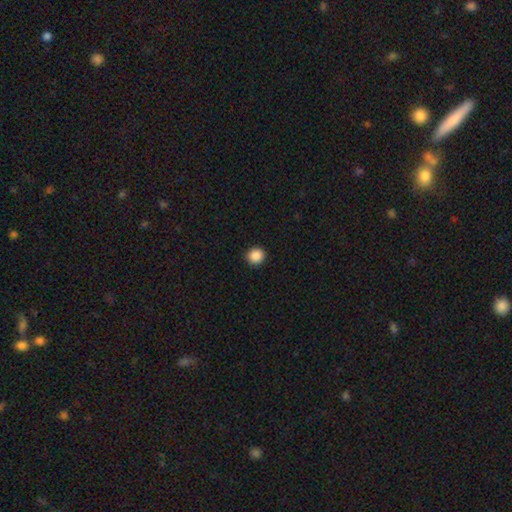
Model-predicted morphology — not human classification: Smooth or featured: smooth — 88% (star or artifact — 9%)
How rounded: round — 90% (in between — 9%)
Merging: none — 92% (minor disturbance — 5%)